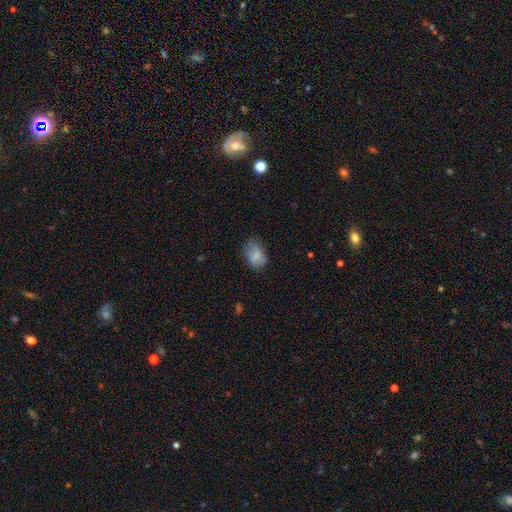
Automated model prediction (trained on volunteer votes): The model was most divided on "merging": none: 66%, minor disturbance: 25%, major disturbance: 8%, merger: 1%. More confident: how rounded — in between (82%); smooth or featured — smooth (71%).